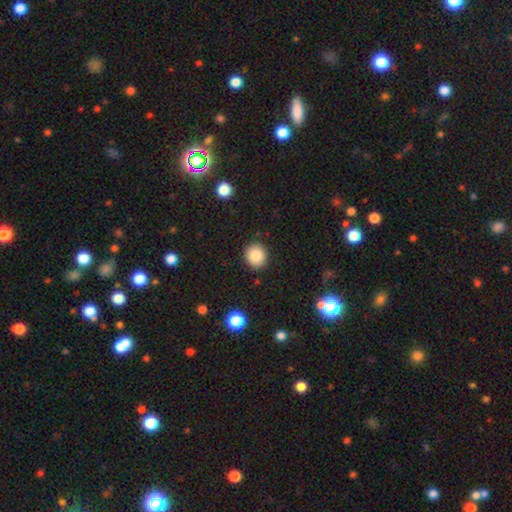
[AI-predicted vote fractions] Morphology: type=smooth (84%); roundness=round (85%); merging=none (90%).